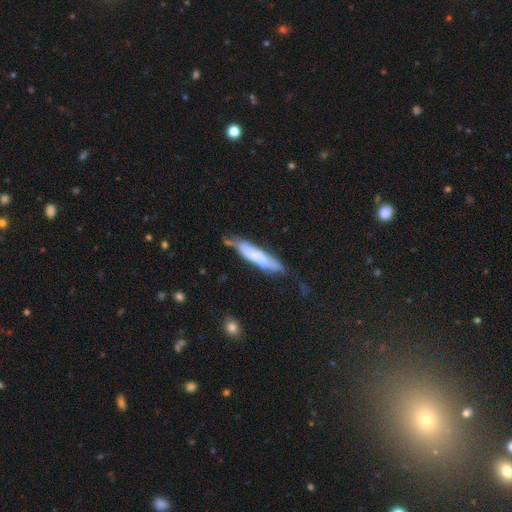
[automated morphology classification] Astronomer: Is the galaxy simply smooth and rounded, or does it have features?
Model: smooth — 60%.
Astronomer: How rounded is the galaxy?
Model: cigar-shaped — 83%.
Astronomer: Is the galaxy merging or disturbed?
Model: none — 58%.